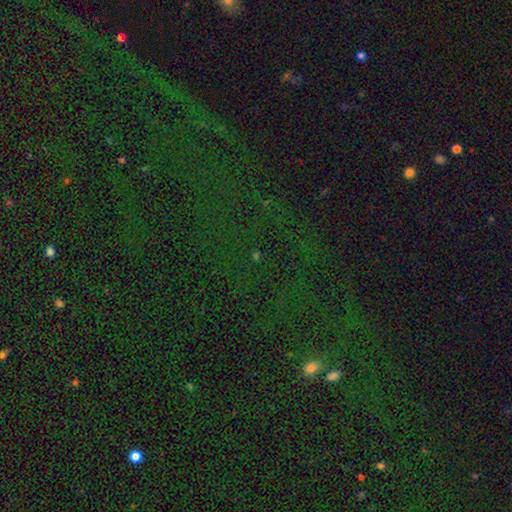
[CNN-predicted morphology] Q: Smooth or featured?
A: star or artifact (80%); runner-up: smooth (12%)